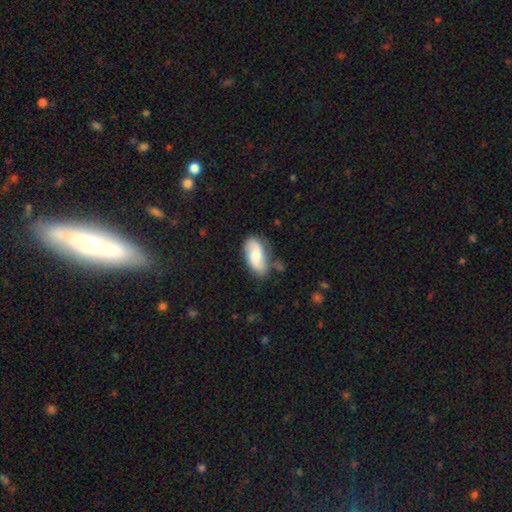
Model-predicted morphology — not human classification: A featured or disk galaxy (52%).

Vote fractions:
- Smooth or featured? featured or disk: 52% / smooth: 41% / star or artifact: 7%
- Edge-on disk? no: 93% / yes: 7%
- Merging? none: 68% / minor disturbance: 22% / major disturbance: 6% / merger: 4%